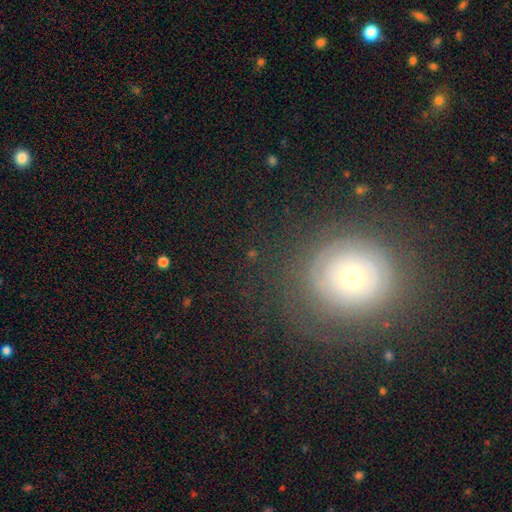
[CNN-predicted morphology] The model was most divided on "smooth or featured": featured or disk: 48%, smooth: 33%, star or artifact: 19%. More confident: merging — none (79%).